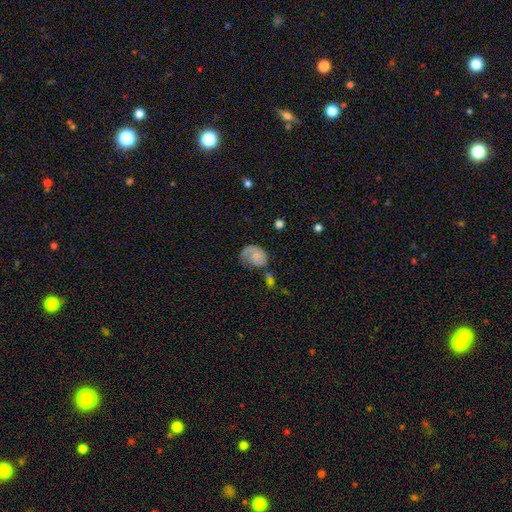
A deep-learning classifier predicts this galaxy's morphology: The model was most divided on "merging": none: 35%, minor disturbance: 31%, major disturbance: 28%, merger: 6%. More confident: how rounded — in between (60%); smooth or featured — smooth (59%).